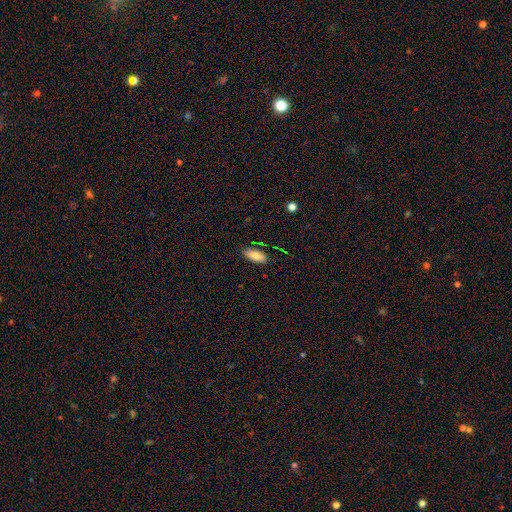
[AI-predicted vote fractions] Smooth or featured? smooth (82%)
How rounded? in between (80%)
Merging? none (85%)